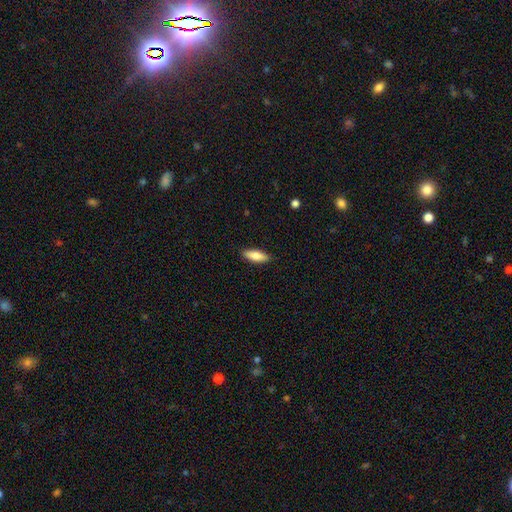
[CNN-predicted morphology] This appears to be a smooth galaxy with no disk features (80%) that is in between round and cigar-shaped (60%). Merging: none (88%).